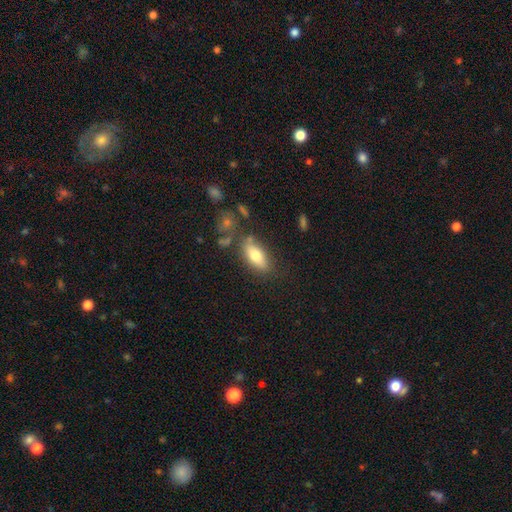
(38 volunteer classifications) A smooth galaxy with no disk features (79%) that is in between round and cigar-shaped (73%). Merging: none (68%).